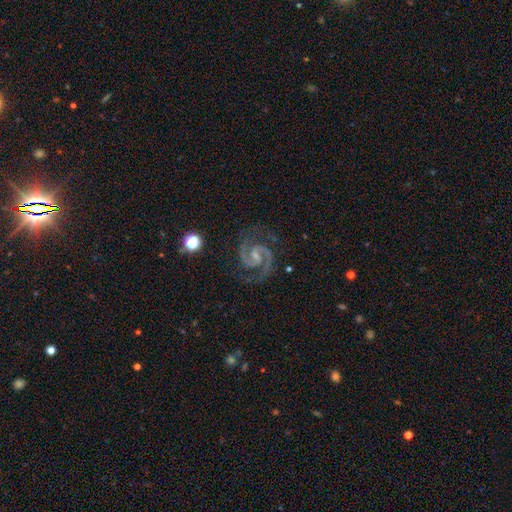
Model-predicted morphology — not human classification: A featured or disk galaxy (93%) with a weak bar (47%), 2 (94%) medium (59%) spiral arms (99%) and a small central bulge (58%).

Vote fractions:
- Smooth or featured? featured or disk: 93% / star or artifact: 5% / smooth: 2%
- Edge-on disk? no: 98% / yes: 2%
- Bar? weak: 47% / no: 36% / strong: 17%
- Spiral arms? yes: 99% / no: 1%
- Spiral winding? medium: 59% / tight: 35% / loose: 6%
- Spiral arm count? 2: 94% / 3: 2% / can't tell: 1% / 1: 1% / 4: 1% / more than 4: 1%
- Bulge size? small: 58% / moderate: 25% / none: 14% / large: 1% / dominant: 1%
- Merging? none: 82% / minor disturbance: 13% / major disturbance: 4% / merger: 1%